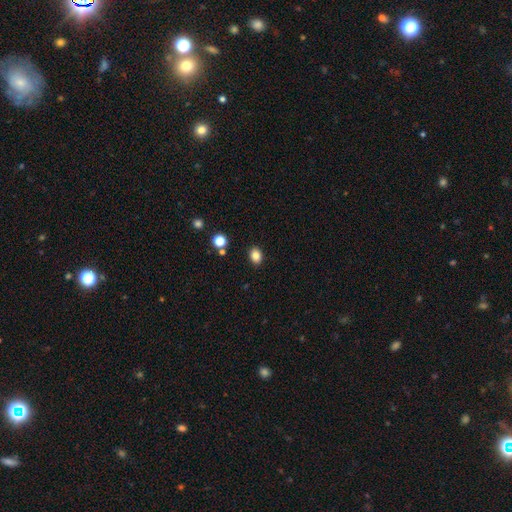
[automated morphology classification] smooth_or_featured: smooth (p=0.84) [alt: star or artifact p=0.11]
how_rounded: in between (p=0.63) [alt: round p=0.36]
merging: none (p=0.89) [alt: minor disturbance p=0.07]